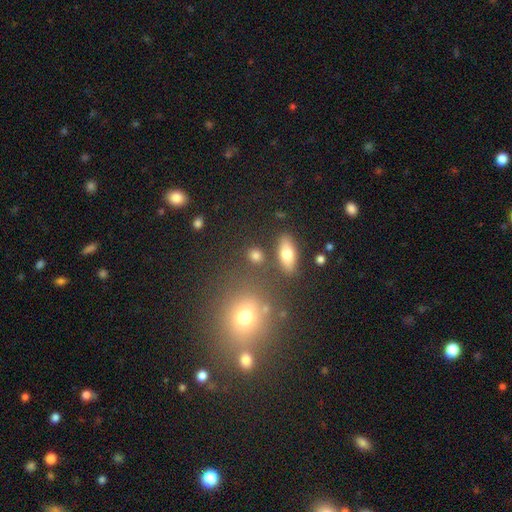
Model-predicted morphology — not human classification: type=smooth (79%); roundness=round (51%); merging=none (78%).